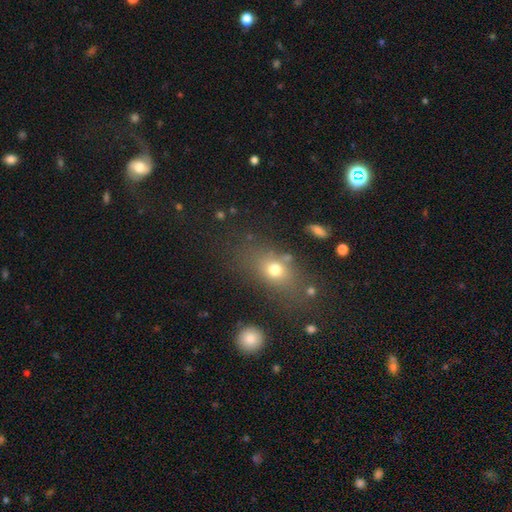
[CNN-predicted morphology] A smooth galaxy with no disk features (57%) that is in between round and cigar-shaped (56%).

Vote fractions:
- Smooth or featured? smooth: 57% / star or artifact: 28% / featured or disk: 15%
- How rounded? in between: 56% / round: 37% / cigar-shaped: 6%
- Merging? none: 71% / minor disturbance: 14% / major disturbance: 8% / merger: 6%